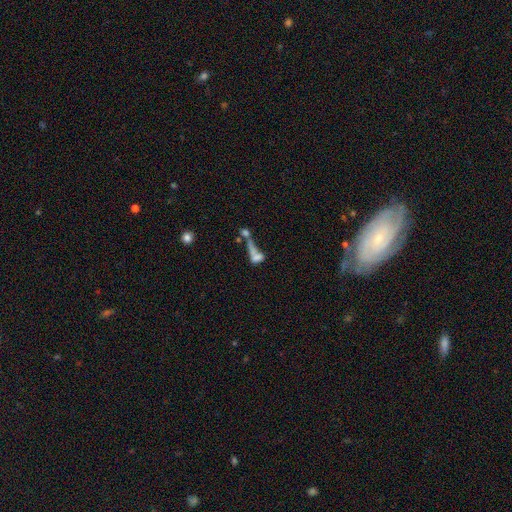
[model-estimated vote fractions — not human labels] Smooth or featured? Predicted: smooth (p=0.53). How rounded? Predicted: in between (p=0.54). Merging? Predicted: merger (p=0.51).